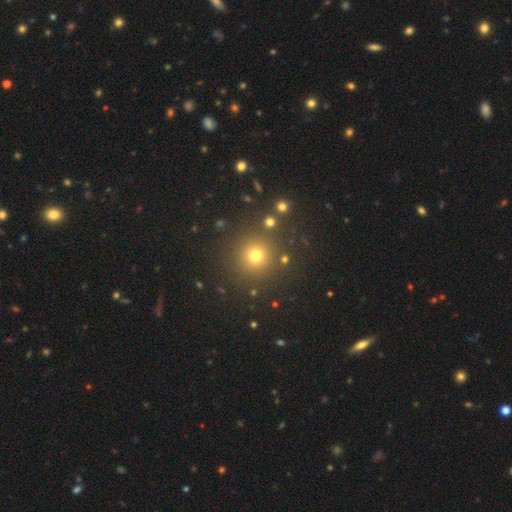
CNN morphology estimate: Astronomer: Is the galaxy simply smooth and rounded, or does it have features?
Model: smooth — 73%.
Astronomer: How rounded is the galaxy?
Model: round — 94%.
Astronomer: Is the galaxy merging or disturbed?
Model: none — 87%.